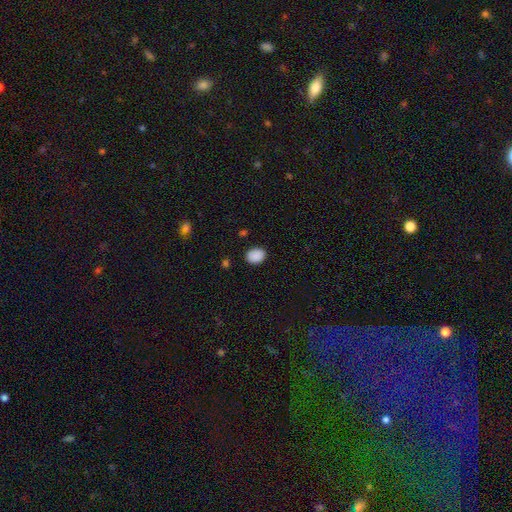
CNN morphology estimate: A smooth galaxy with no disk features (89%) that is in between round and cigar-shaped (59%). Merging: none (87%).